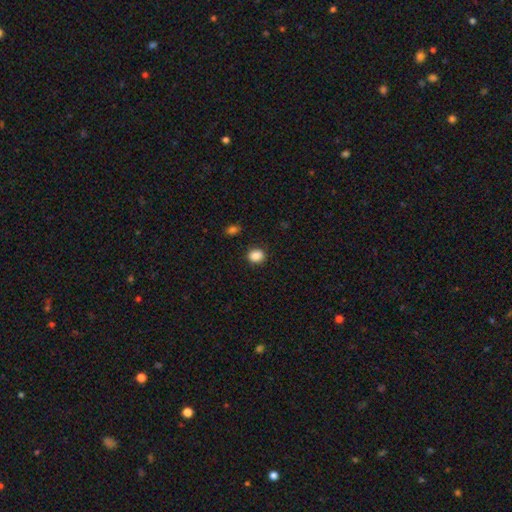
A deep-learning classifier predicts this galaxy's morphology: Smooth or featured? smooth (87%)
How rounded? round (64%)
Merging? none (88%)